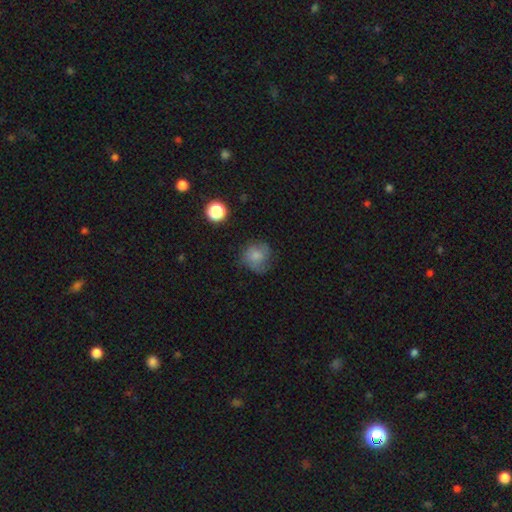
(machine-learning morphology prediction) A smooth galaxy with no disk features (71%) that is round (83%). Merging: none (62%).